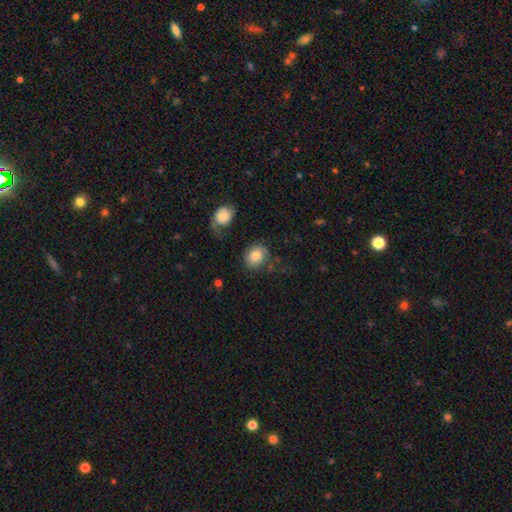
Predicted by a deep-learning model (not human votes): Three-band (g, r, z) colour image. It shows a smooth galaxy with no disk features (78%) that is round (50%). Merging: none (61%).